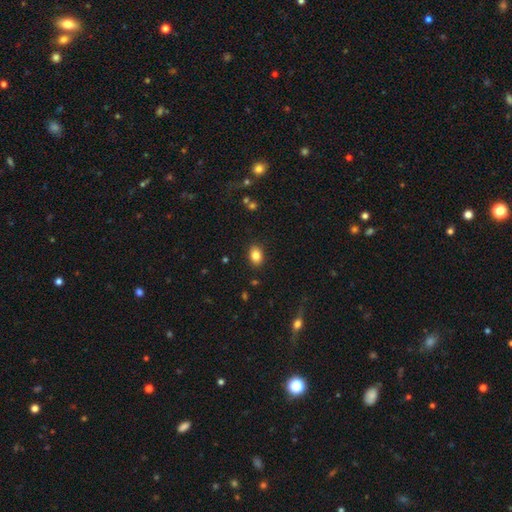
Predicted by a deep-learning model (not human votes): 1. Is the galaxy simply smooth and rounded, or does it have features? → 83% smooth, 9% star or artifact, 8% featured or disk.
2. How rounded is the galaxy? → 74% in between, 25% round, 1% cigar-shaped.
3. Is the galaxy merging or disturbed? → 88% none, 8% minor disturbance, 2% major disturbance, 1% merger.